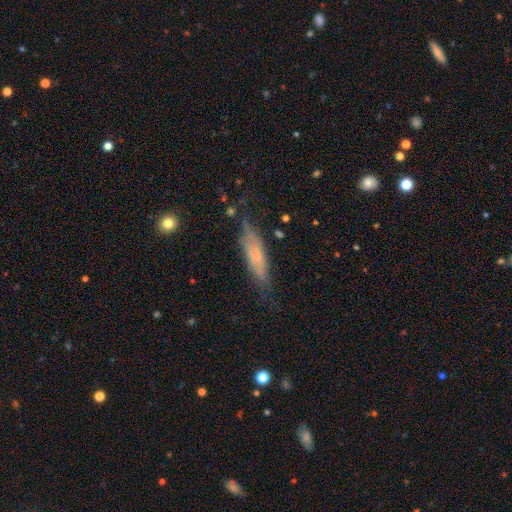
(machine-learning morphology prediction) smooth-or-featured: smooth: 54% | featured or disk: 38% | star or artifact: 8%
  how-rounded: cigar-shaped: 68% | in between: 30% | round: 2%
  merging: none: 62% | minor disturbance: 26% | major disturbance: 9% | merger: 3%